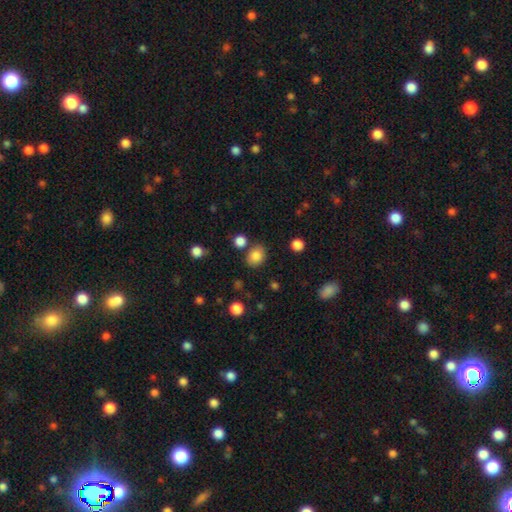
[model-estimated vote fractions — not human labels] Overall: smooth (84%). How rounded: round (54%; in between 45%). Merging: none (78%).